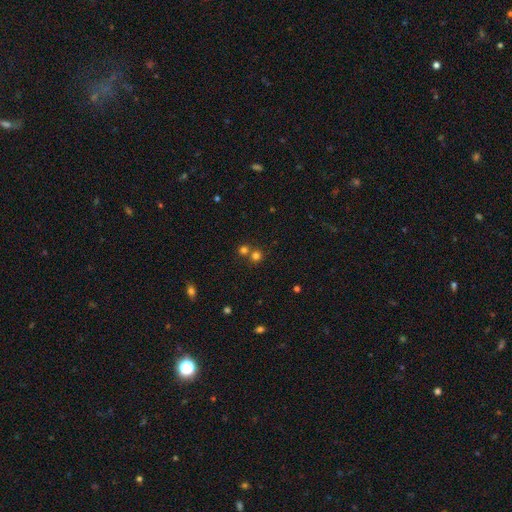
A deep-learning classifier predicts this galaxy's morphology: A smooth galaxy with no disk features (73%) that is round (90%).

Vote fractions:
- Smooth or featured? smooth: 73% / star or artifact: 20% / featured or disk: 8%
- How rounded? round: 90% / in between: 9% / cigar-shaped: 1%
- Merging? none: 61% / merger: 31% / minor disturbance: 6% / major disturbance: 2%